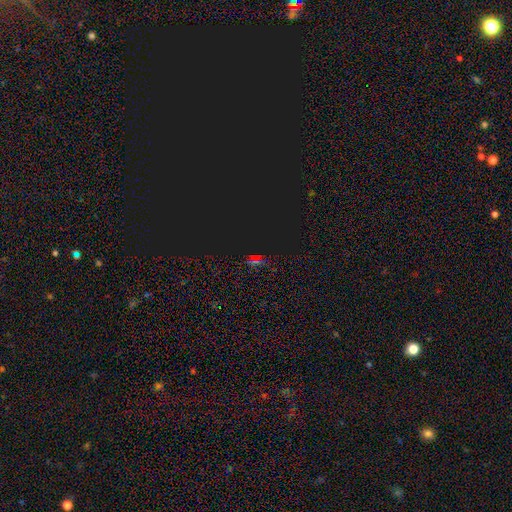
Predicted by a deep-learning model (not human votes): This appears to be a star or artifact, not a galaxy (76%).